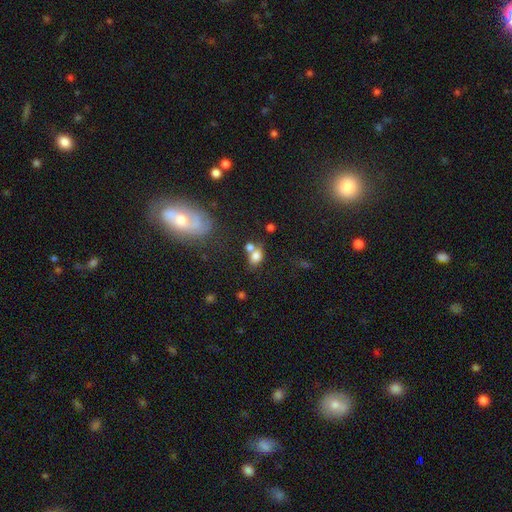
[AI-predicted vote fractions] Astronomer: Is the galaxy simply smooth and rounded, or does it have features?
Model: smooth — 77%.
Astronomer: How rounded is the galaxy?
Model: in between — 66%.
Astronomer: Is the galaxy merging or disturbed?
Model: none — 42% (runner-up: merger, 39%).